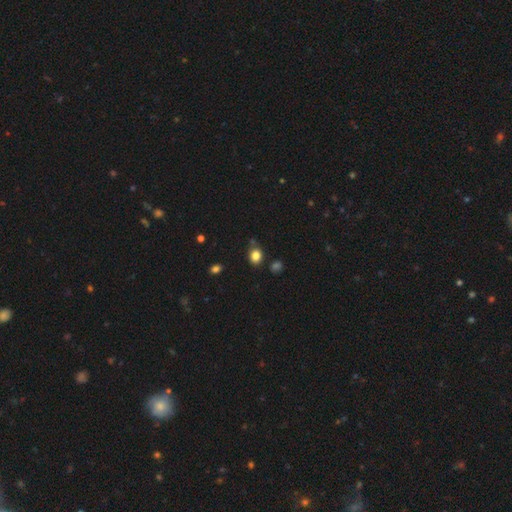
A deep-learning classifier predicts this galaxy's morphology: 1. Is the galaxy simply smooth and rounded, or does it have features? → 83% smooth, 12% star or artifact, 6% featured or disk.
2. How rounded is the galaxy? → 54% round, 44% in between, 1% cigar-shaped.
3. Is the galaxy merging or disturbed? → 76% none, 15% minor disturbance, 6% merger, 3% major disturbance.